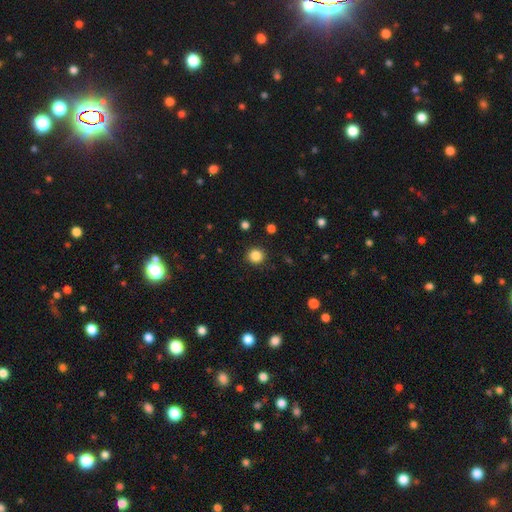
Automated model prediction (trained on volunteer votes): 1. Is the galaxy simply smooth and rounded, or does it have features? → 85% smooth, 12% star or artifact, 3% featured or disk.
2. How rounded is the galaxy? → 93% round, 6% in between, 1% cigar-shaped.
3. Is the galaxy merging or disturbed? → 91% none, 5% minor disturbance, 2% major disturbance, 1% merger.